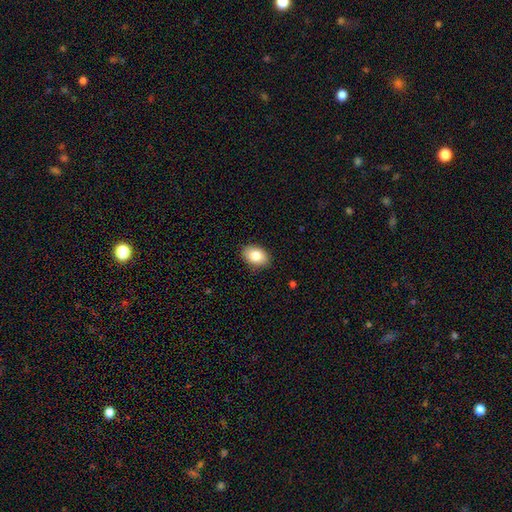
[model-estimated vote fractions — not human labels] This is clearly a smooth galaxy (84%). How rounded: clearly in between (80%). Merging: clearly none (87%).